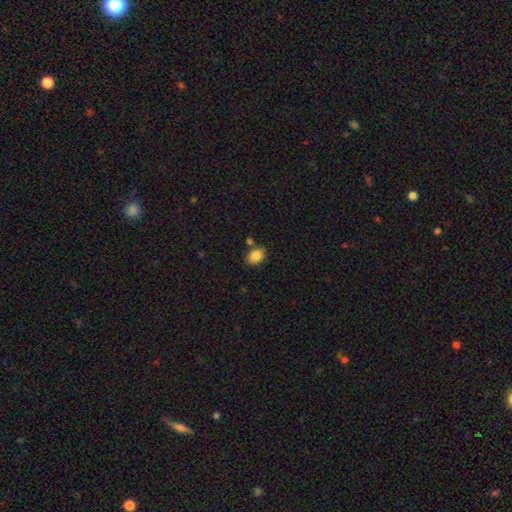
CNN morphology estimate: Overall: smooth (86%). How rounded: in between (76%). Merging: none (78%).